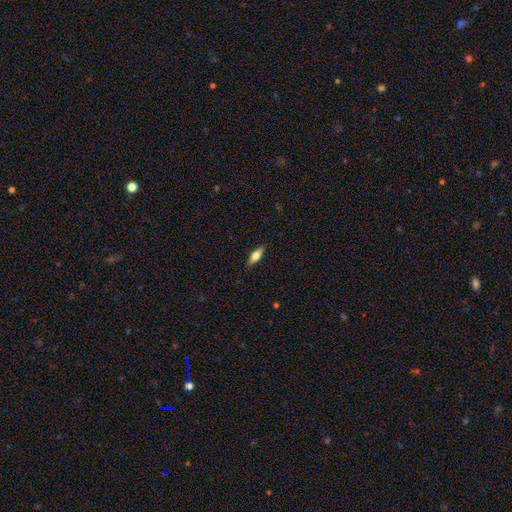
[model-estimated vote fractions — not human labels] A smooth galaxy with no disk features (63%) that is in between round and cigar-shaped (64%).

Vote fractions:
- Smooth or featured? smooth: 63% / featured or disk: 30% / star or artifact: 7%
- How rounded? in between: 64% / cigar-shaped: 33% / round: 3%
- Merging? none: 88% / minor disturbance: 9% / major disturbance: 2% / merger: 1%